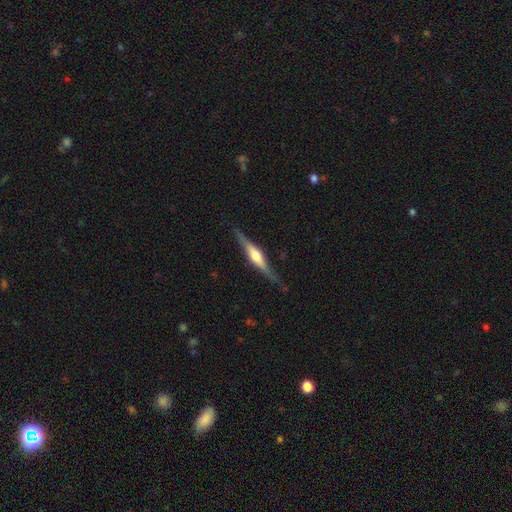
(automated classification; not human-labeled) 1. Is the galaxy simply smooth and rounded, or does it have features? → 75% featured or disk, 19% smooth, 5% star or artifact.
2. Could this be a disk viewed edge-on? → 97% yes, 3% no.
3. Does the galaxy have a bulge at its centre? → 83% rounded, 13% boxy, 4% none.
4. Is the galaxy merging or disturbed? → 84% none, 12% minor disturbance, 3% major disturbance, 1% merger.